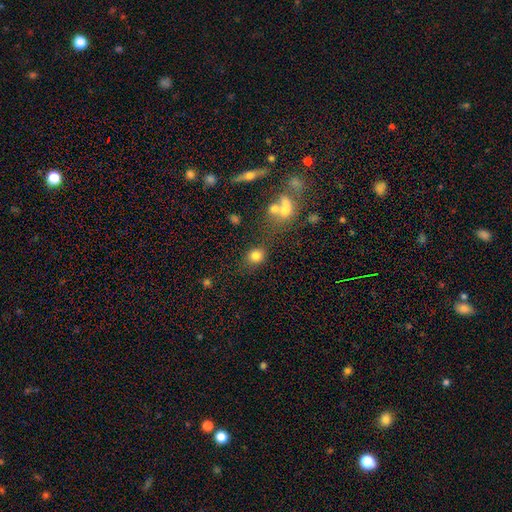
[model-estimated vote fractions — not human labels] smooth-or-featured: smooth: 79% | star or artifact: 13% | featured or disk: 8%
  how-rounded: round: 63% | in between: 35% | cigar-shaped: 1%
  merging: none: 71% | minor disturbance: 14% | merger: 9% | major disturbance: 6%